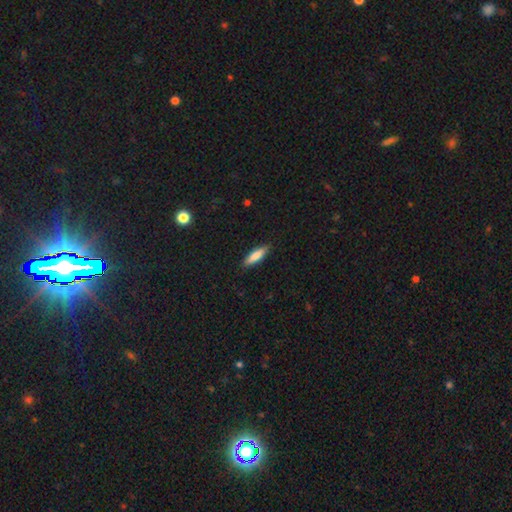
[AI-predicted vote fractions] This appears to be a smooth galaxy with no disk features (79%) that is cigar-shaped (59%). Merging: none (87%).